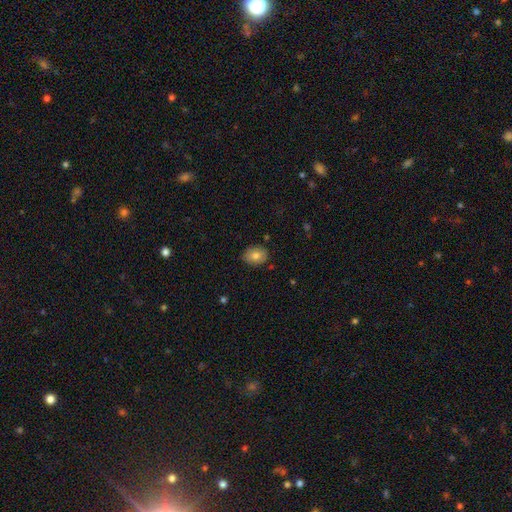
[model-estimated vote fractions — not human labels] smooth-or-featured: smooth: 79% | featured or disk: 12% | star or artifact: 9%
  how-rounded: in between: 53% | round: 46% | cigar-shaped: 1%
  merging: none: 85% | minor disturbance: 11% | major disturbance: 2% | merger: 1%